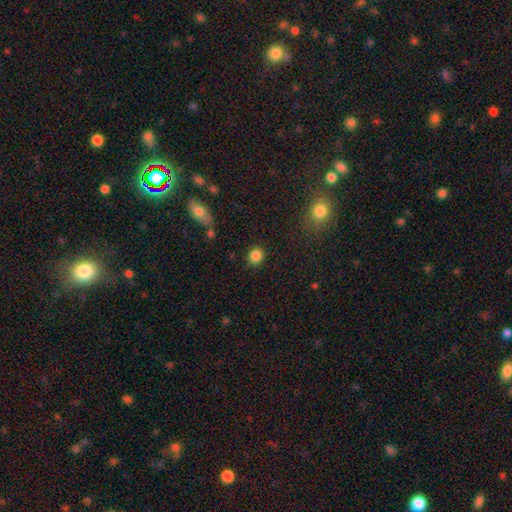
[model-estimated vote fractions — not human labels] smooth_or_featured: smooth (p=0.85) [alt: star or artifact p=0.11]
how_rounded: round (p=0.80) [alt: in between p=0.19]
merging: none (p=0.85) [alt: minor disturbance p=0.10]